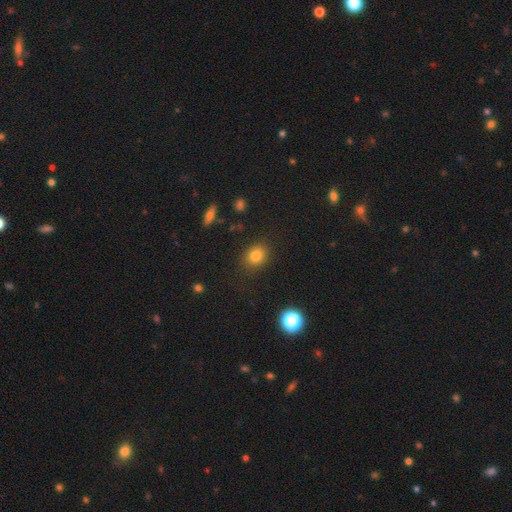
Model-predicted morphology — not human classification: Q: Smooth or featured?
A: smooth (80%); runner-up: star or artifact (13%)
Q: How rounded?
A: round (62%); runner-up: in between (37%)
Q: Merging?
A: none (85%); runner-up: minor disturbance (10%)